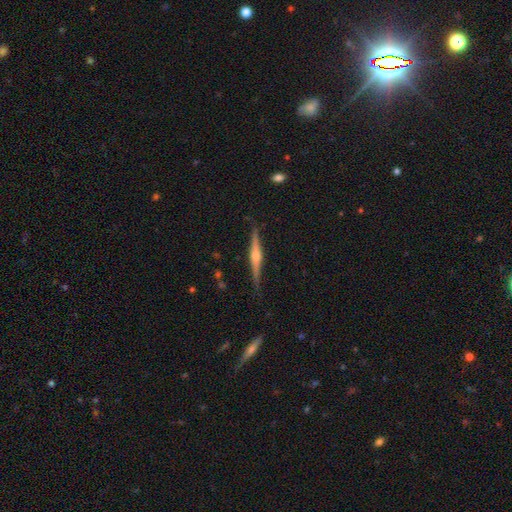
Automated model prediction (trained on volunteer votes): A featured or disk galaxy (78%) viewed edge-on (98%) with a rounded central bulge (89%).

Vote fractions:
- Smooth or featured? featured or disk: 78% / smooth: 16% / star or artifact: 6%
- Edge-on disk? yes: 98% / no: 2%
- Edge-on bulge? rounded: 89% / boxy: 7% / none: 4%
- Merging? none: 87% / minor disturbance: 10% / major disturbance: 2% / merger: 1%